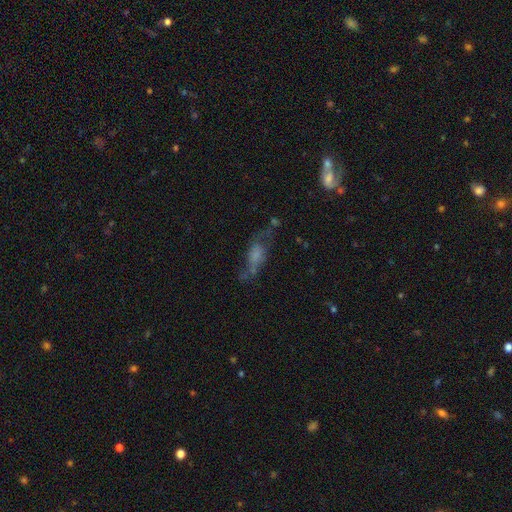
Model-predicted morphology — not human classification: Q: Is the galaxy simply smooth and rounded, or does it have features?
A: smooth — 42%, tied with featured or disk.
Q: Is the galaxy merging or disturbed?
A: none — 38%.